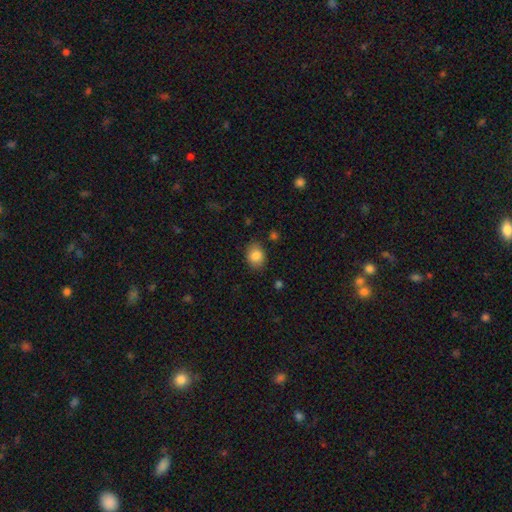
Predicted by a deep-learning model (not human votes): Smooth or featured: smooth — 85% (star or artifact — 8%)
How rounded: in between — 58% (round — 41%)
Merging: none — 83% (minor disturbance — 12%)